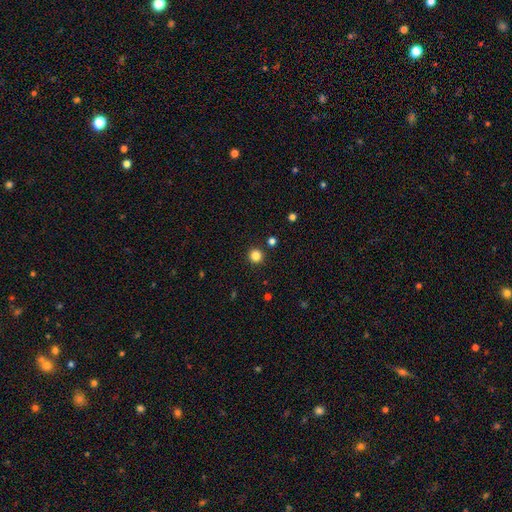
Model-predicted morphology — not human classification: smooth 84%, star or artifact 13%, featured or disk 4%. Down the decision tree: how rounded — round (96%); merging — none (92%).